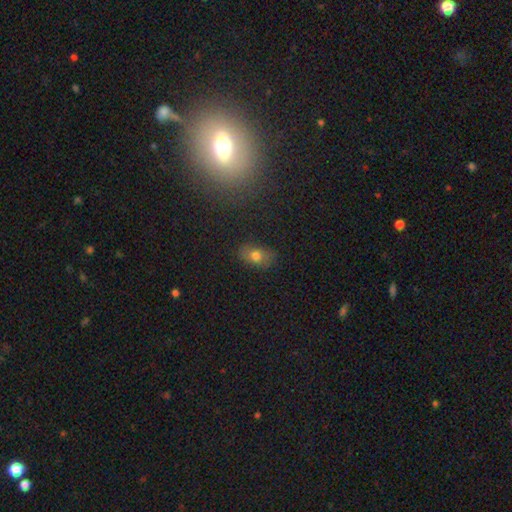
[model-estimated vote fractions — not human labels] The model was most divided on "smooth or featured": smooth: 73%, featured or disk: 14%, star or artifact: 13%. More confident: how rounded — in between (83%); merging — none (80%).